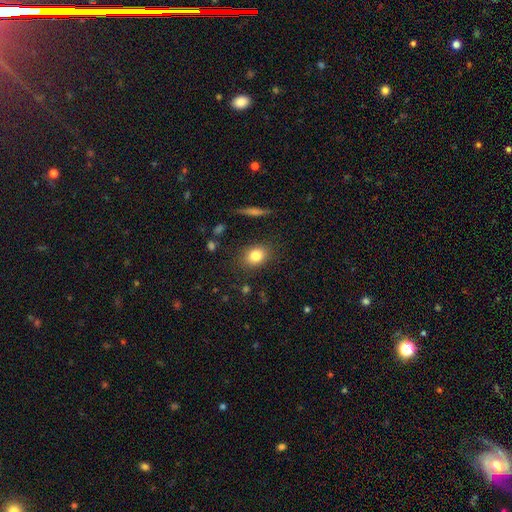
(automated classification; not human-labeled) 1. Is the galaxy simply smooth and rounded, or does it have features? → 83% smooth, 9% star or artifact, 8% featured or disk.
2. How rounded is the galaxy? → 64% in between, 34% round, 2% cigar-shaped.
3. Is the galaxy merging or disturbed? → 84% none, 10% minor disturbance, 3% major disturbance, 2% merger.